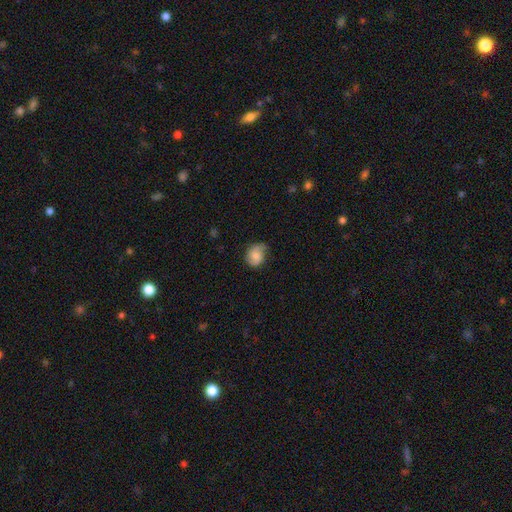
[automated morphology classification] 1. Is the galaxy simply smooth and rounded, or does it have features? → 58% smooth, 34% featured or disk, 8% star or artifact.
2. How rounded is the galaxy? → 50% in between, 49% round, 1% cigar-shaped.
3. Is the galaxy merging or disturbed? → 54% none, 33% minor disturbance, 11% major disturbance, 1% merger.